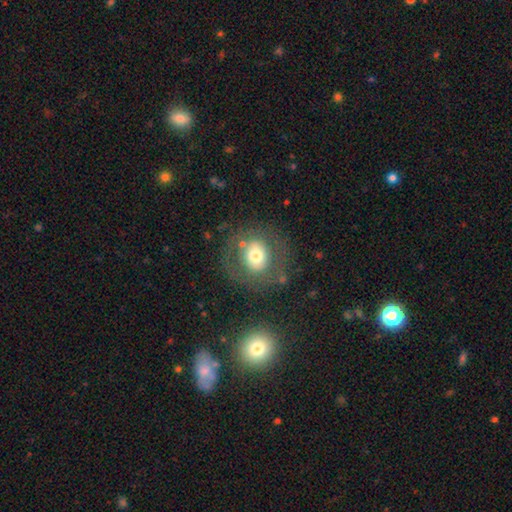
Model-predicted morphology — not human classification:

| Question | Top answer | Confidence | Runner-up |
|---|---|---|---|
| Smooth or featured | smooth | 55% | featured or disk (35%) |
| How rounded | round | 81% | in between (18%) |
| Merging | none | 72% | minor disturbance (14%) |